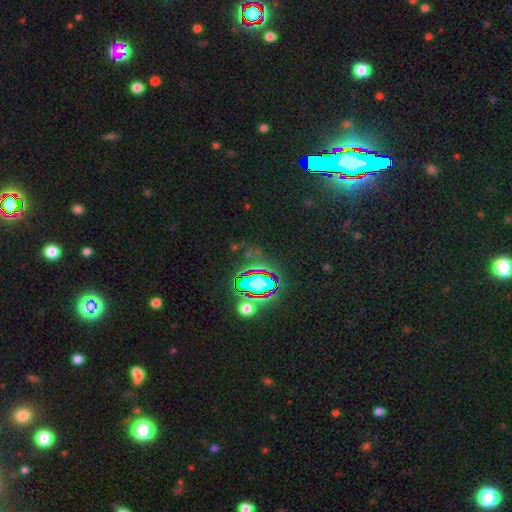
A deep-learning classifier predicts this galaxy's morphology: A star or artifact, not a galaxy (80%).

Vote fractions:
- Smooth or featured? star or artifact: 80% / smooth: 11% / featured or disk: 10%